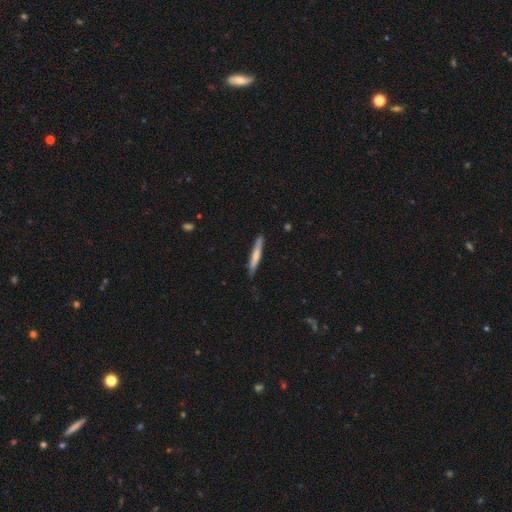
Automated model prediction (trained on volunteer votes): Morphology: type=smooth (64%); roundness=cigar-shaped (95%); merging=none (83%).